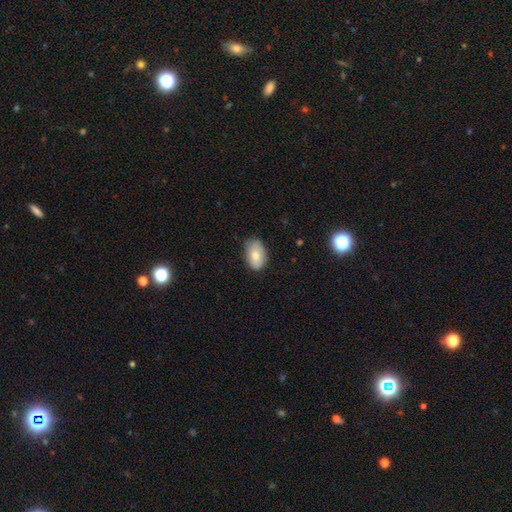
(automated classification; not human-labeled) This appears to be a smooth galaxy with no disk features (76%) that is in between round and cigar-shaped (90%). Merging: none (75%).